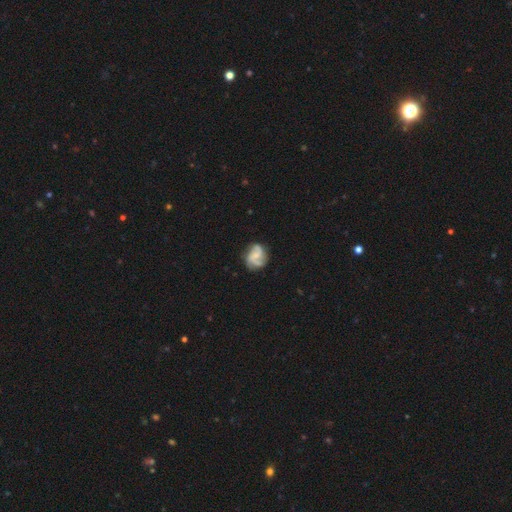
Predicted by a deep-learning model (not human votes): Morphology: type=featured or disk (71%); edge-on=no (98%); bar=no (47%); spiral arms=yes (92%); winding=medium (44%); arm count=2 (59%); bulge=small (46%); merging=none (69%).